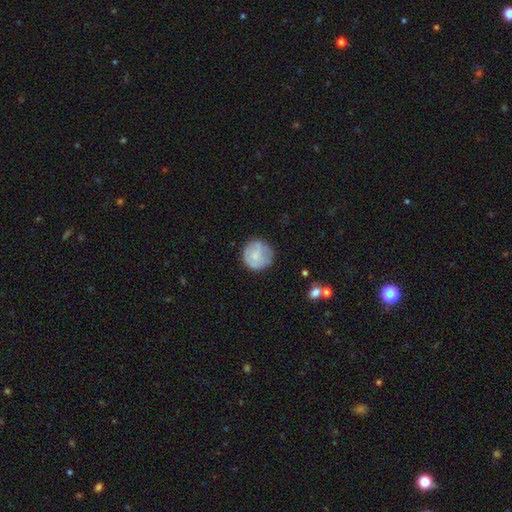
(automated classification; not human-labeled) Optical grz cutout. It shows a smooth galaxy with no disk features (60%) that is round (92%). Merging: none (71%).